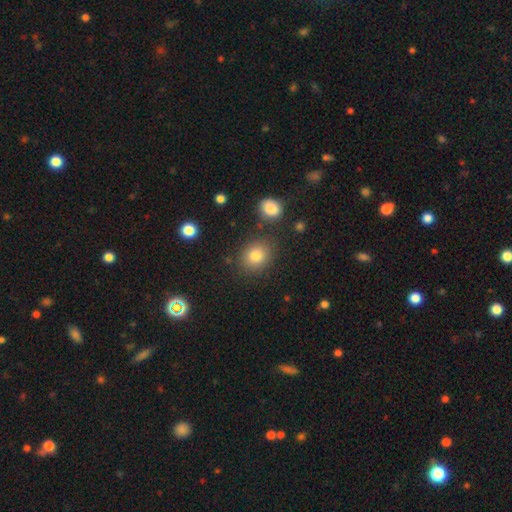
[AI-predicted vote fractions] smooth-or-featured: smooth: 81% | star or artifact: 12% | featured or disk: 7%
  how-rounded: round: 65% | in between: 34% | cigar-shaped: 1%
  merging: none: 82% | minor disturbance: 10% | merger: 5% | major disturbance: 4%